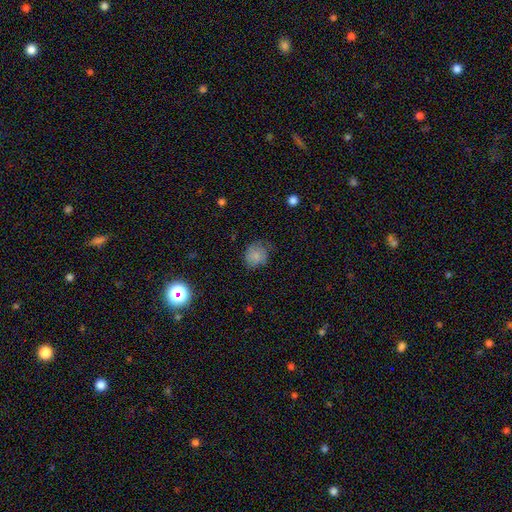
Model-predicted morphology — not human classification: This appears to be a smooth galaxy with no disk features (81%) that is round (81%). Merging: none (67%).